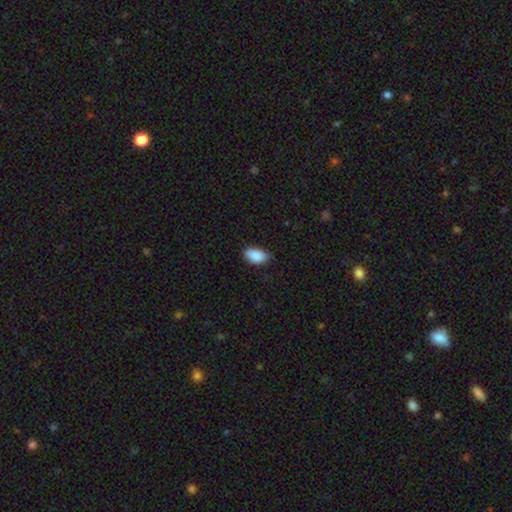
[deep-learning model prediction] A smooth galaxy with no disk features (89%) that is in between round and cigar-shaped (93%). Merging: none (70%).